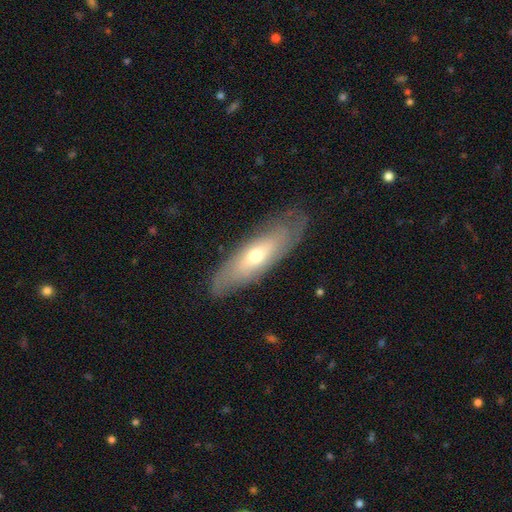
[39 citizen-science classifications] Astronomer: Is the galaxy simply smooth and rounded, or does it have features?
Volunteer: featured or disk — 64%.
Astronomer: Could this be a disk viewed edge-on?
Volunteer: no — 72%.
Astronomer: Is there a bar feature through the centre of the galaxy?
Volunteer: no — 72%.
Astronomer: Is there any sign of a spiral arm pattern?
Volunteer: no — 56% (runner-up: yes, 44%).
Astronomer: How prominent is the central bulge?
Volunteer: moderate — 78%.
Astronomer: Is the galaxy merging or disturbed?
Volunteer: none — 74%.